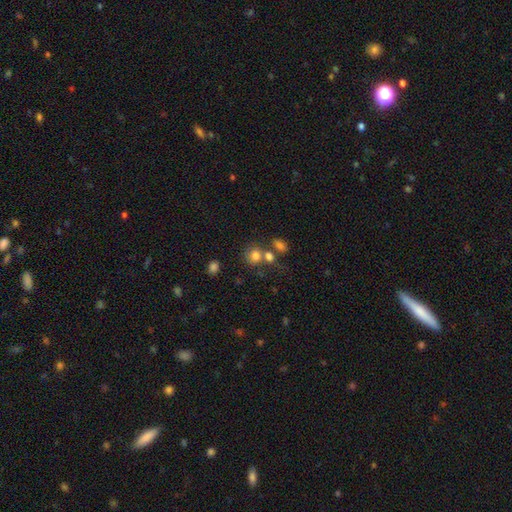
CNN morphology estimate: This is likely a smooth galaxy (77%). How rounded: likely round (74%). Merging: possibly none (49%).